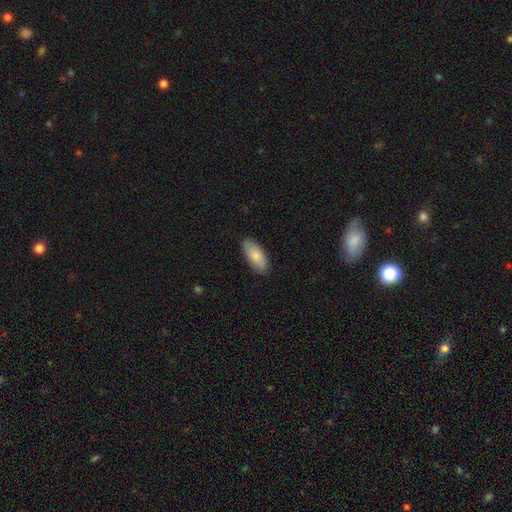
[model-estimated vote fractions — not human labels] Smooth or featured? smooth (83%)
How rounded? in between (89%)
Merging? none (86%)